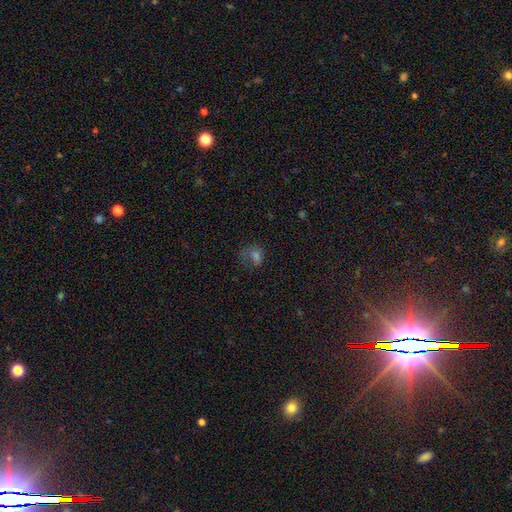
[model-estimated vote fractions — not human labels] smooth 51%, star or artifact 31%, featured or disk 19%. Down the decision tree: how rounded — in between (49%, tied with round); merging — none (40%).